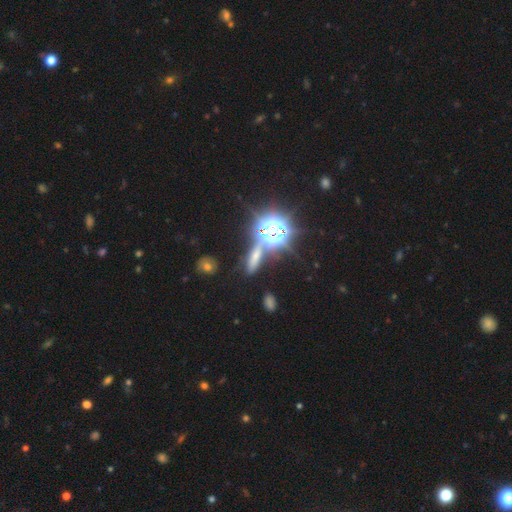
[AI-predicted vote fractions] Morphology: type=star or artifact (49%).